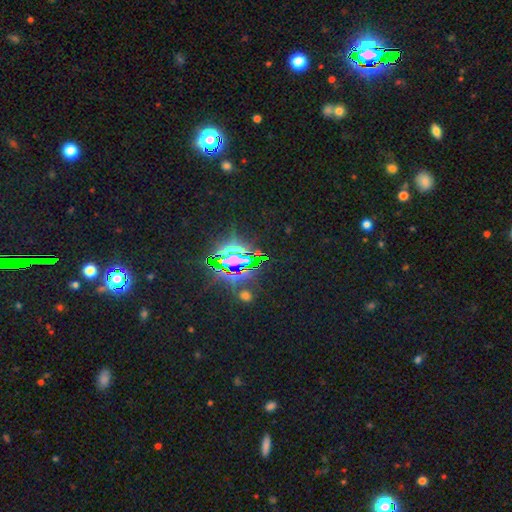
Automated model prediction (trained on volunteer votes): A star or artifact, not a galaxy (80%).